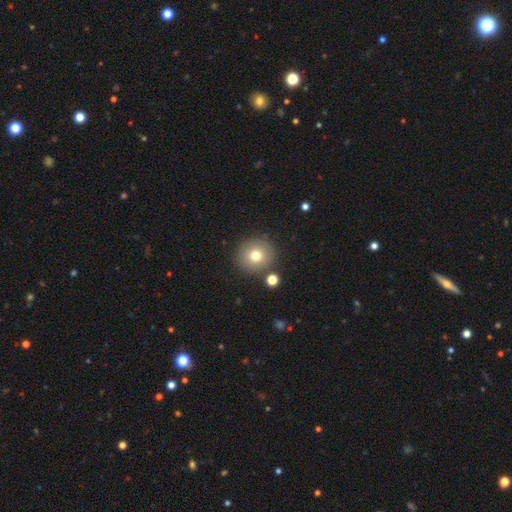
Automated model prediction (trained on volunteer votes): This appears to be a smooth galaxy with no disk features (75%) that is round (92%). Merging: none (84%).